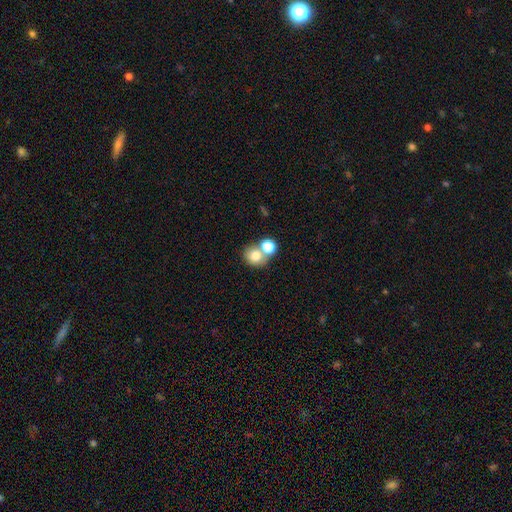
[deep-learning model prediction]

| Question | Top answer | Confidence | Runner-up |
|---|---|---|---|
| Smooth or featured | smooth | 75% | featured or disk (13%) |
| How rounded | round | 75% | in between (24%) |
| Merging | merger | 48% | none (42%) |